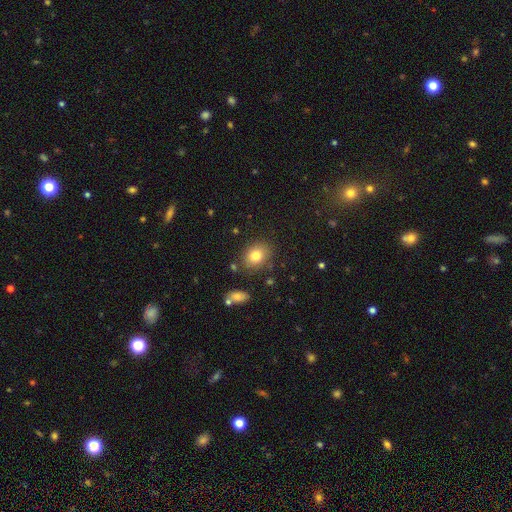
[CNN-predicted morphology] This appears to be a smooth galaxy with no disk features (80%) that is in between round and cigar-shaped (54%). Merging: none (80%).